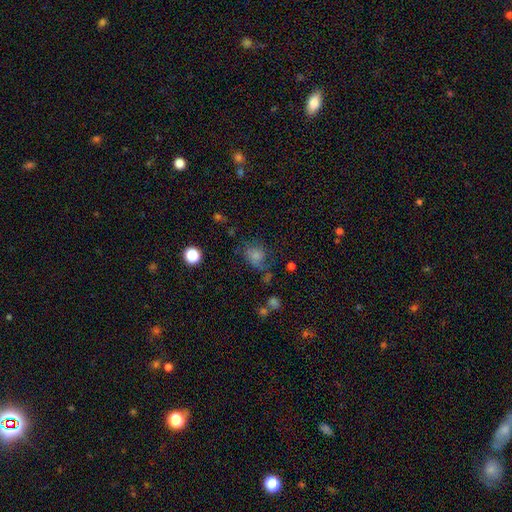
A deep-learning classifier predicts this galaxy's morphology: Smooth or featured? smooth (71%)
How rounded? round (56%)
Merging? none (49%)